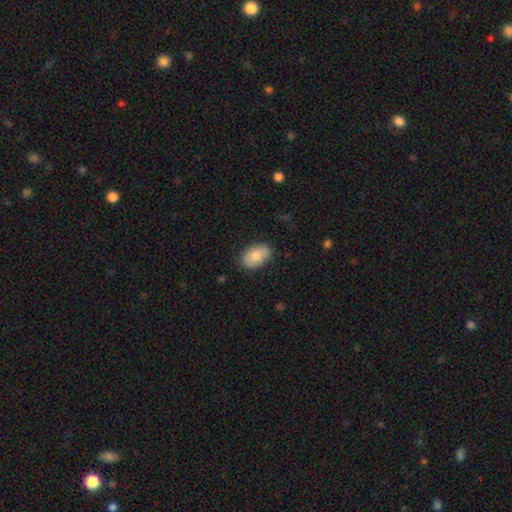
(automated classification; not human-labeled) A smooth galaxy with no disk features (80%) that is in between round and cigar-shaped (89%). Merging: none (83%).